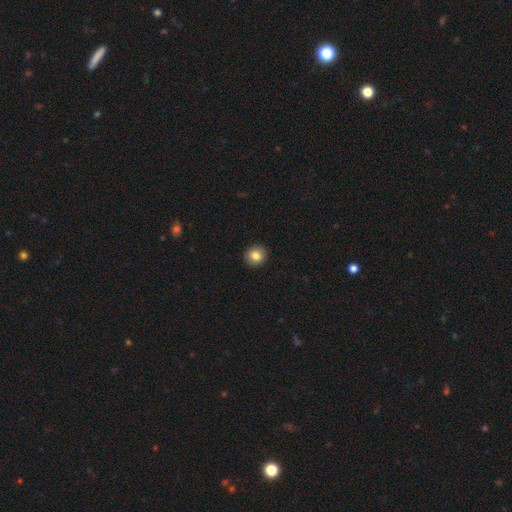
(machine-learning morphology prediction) Smooth or featured: smooth — 83% (star or artifact — 9%)
How rounded: round — 89% (in between — 10%)
Merging: none — 93% (minor disturbance — 5%)